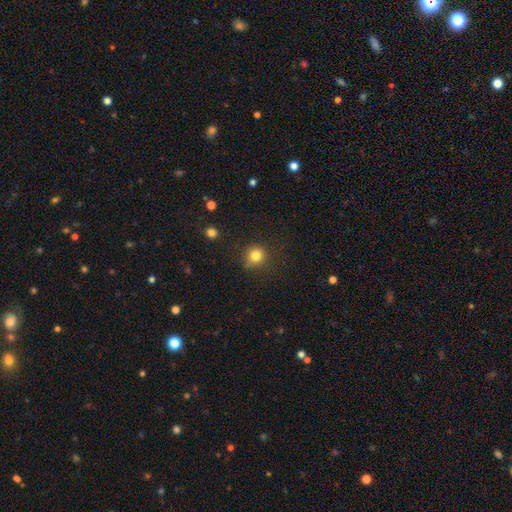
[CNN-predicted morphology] smooth-or-featured: smooth: 82% | star or artifact: 13% | featured or disk: 6%
  how-rounded: round: 91% | in between: 8% | cigar-shaped: 1%
  merging: none: 81% | minor disturbance: 13% | major disturbance: 4% | merger: 3%